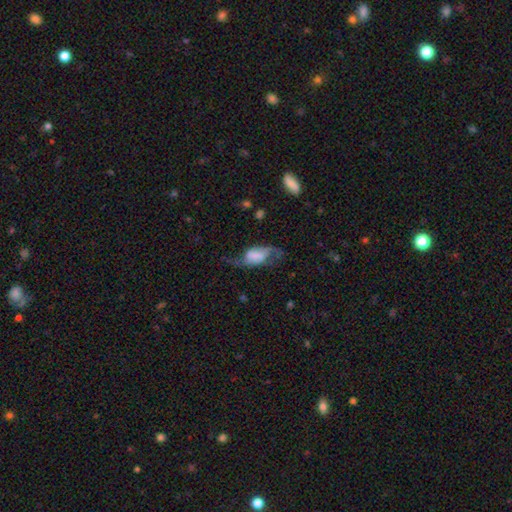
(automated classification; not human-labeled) Q: Smooth or featured?
A: featured or disk (64%); runner-up: smooth (28%)
Q: Edge-on disk?
A: no (92%); runner-up: yes (8%)
Q: Bar?
A: weak (40%); runner-up: no (30%)
Q: Spiral arms?
A: yes (87%); runner-up: no (13%)
Q: Spiral winding?
A: loose (74%); runner-up: medium (21%)
Q: Spiral arm count?
A: 2 (90%); runner-up: can't tell (4%)
Q: Bulge size?
A: none (37%); runner-up: small (21%)
Q: Merging?
A: none (47%); runner-up: major disturbance (29%)